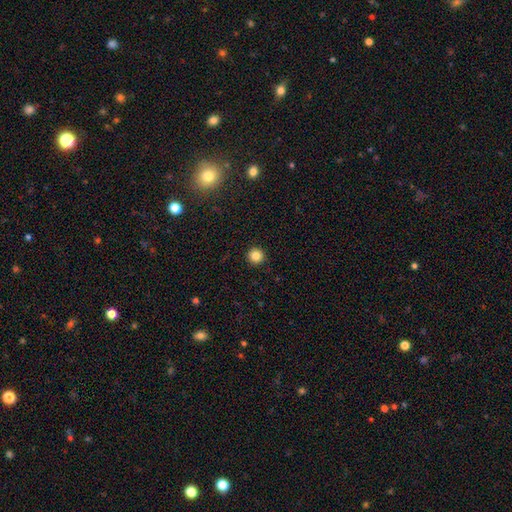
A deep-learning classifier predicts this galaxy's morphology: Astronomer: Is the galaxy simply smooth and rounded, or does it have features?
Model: smooth — 84%.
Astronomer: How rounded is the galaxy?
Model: round — 96%.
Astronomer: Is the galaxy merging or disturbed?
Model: none — 93%.